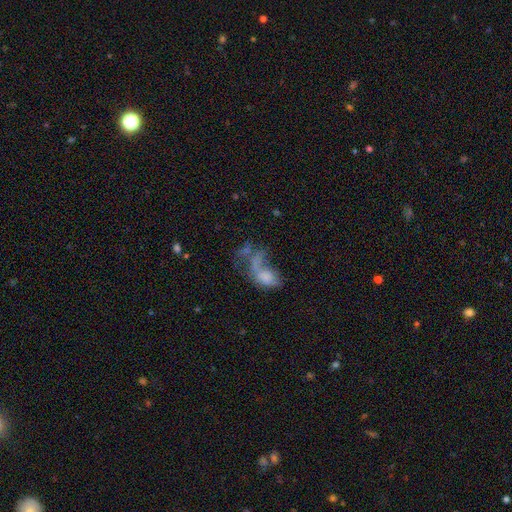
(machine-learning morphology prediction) Smooth or featured? Predicted: featured or disk (p=0.40). Merging? Predicted: major disturbance (p=0.36).